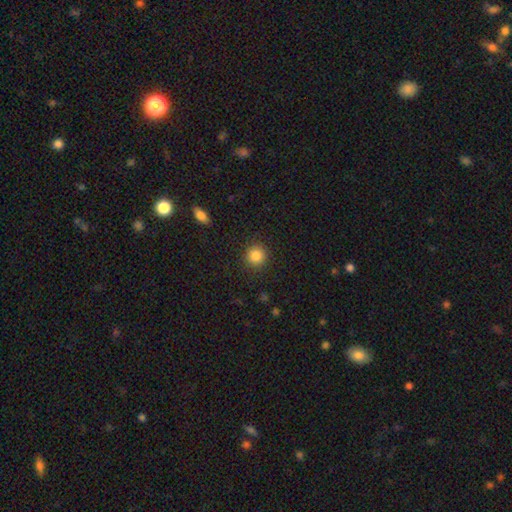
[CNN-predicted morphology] Smooth or featured?
  - smooth: 86% *
  - star or artifact: 10%
  - featured or disk: 4%
How rounded?
  - round: 92% *
  - in between: 7%
  - cigar-shaped: 1%
Merging?
  - none: 90% *
  - minor disturbance: 6%
  - major disturbance: 2%
  - merger: 1%